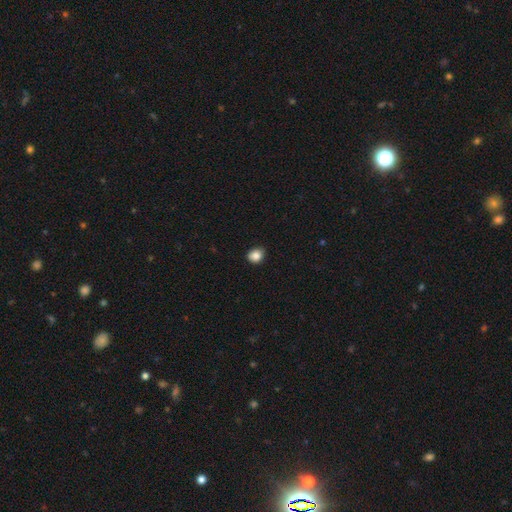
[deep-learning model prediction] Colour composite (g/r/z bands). It shows a smooth galaxy with no disk features (85%) that is round (65%). Merging: none (84%).